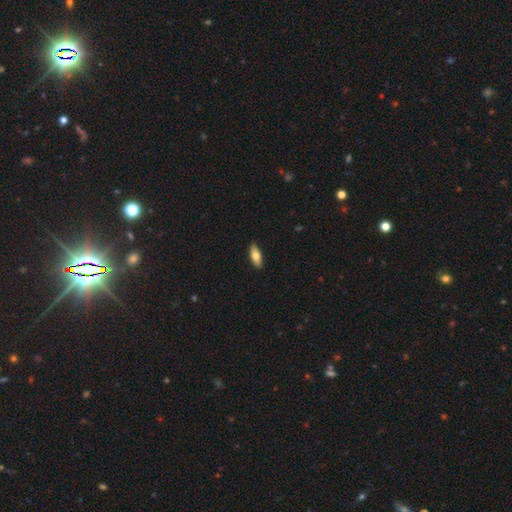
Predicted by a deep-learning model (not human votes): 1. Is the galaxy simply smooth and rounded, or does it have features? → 71% smooth, 23% featured or disk, 6% star or artifact.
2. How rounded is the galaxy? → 76% in between, 22% cigar-shaped, 3% round.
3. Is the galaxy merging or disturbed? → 90% none, 8% minor disturbance, 2% major disturbance, 1% merger.